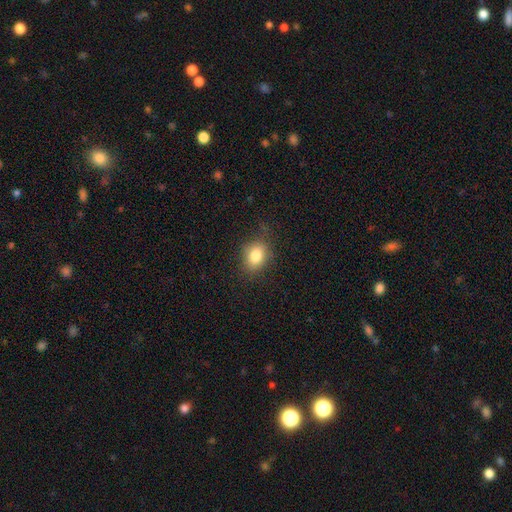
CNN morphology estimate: This appears to be a smooth galaxy with no disk features (81%) that is in between round and cigar-shaped (60%). Merging: none (76%).